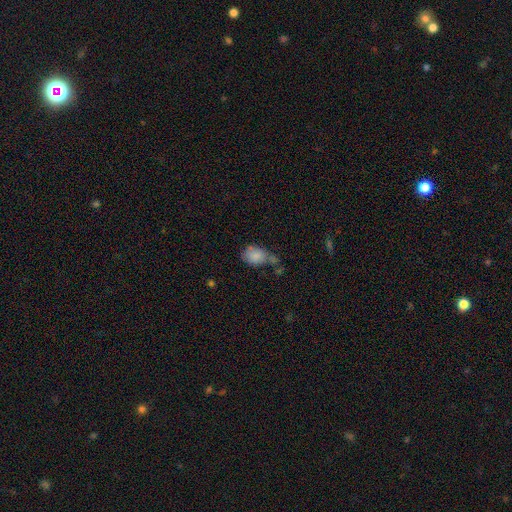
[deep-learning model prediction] smooth_or_featured: smooth (p=0.82) [alt: featured or disk p=0.10]
how_rounded: in between (p=0.75) [alt: round p=0.24]
merging: none (p=0.41) [alt: minor disturbance p=0.28]